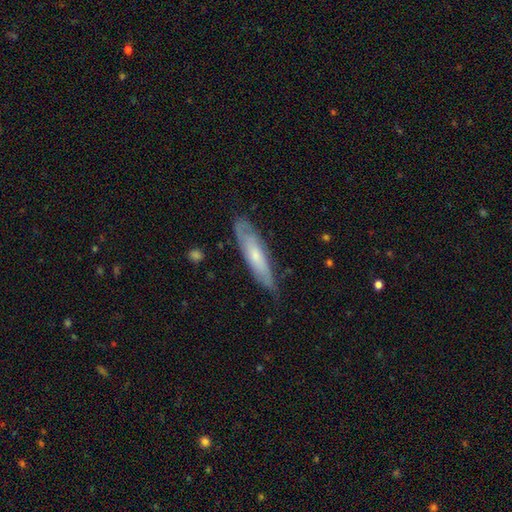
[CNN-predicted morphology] Smooth or featured? featured or disk (49%)
Merging? none (69%)